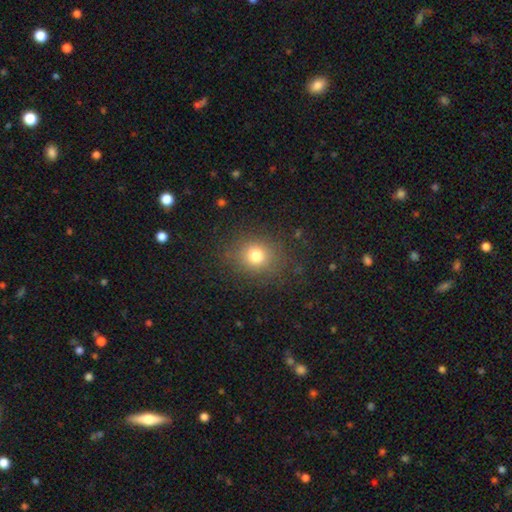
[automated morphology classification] type=smooth (77%); roundness=round (77%); merging=none (85%).